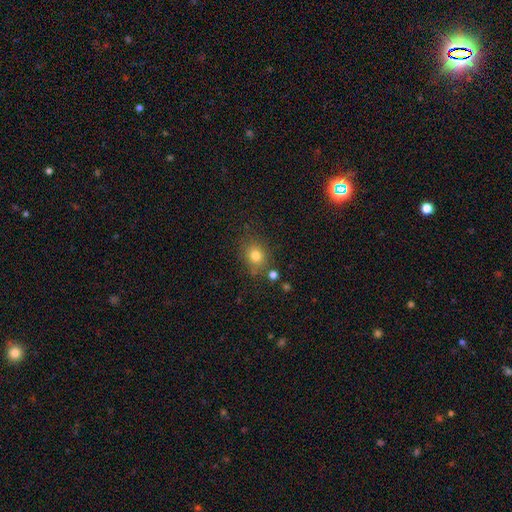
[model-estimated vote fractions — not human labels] Q: Smooth or featured?
A: smooth (78%); runner-up: star or artifact (14%)
Q: How rounded?
A: round (71%); runner-up: in between (28%)
Q: Merging?
A: none (77%); runner-up: minor disturbance (12%)